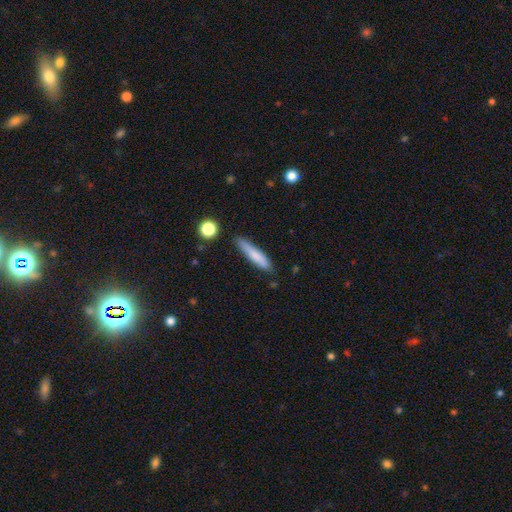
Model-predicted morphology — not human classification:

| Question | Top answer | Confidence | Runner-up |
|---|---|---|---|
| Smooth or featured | smooth | 78% | featured or disk (16%) |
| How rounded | cigar-shaped | 87% | in between (12%) |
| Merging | none | 79% | minor disturbance (15%) |